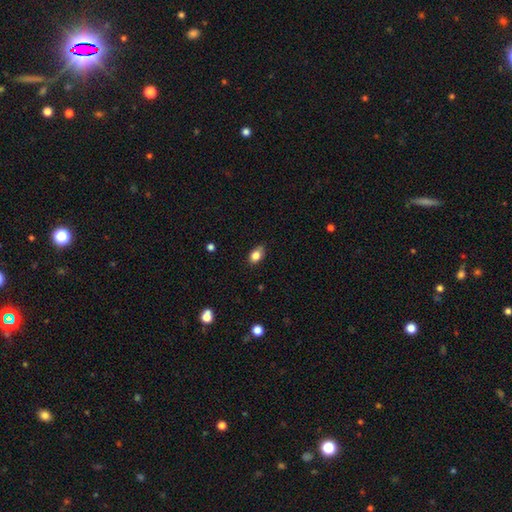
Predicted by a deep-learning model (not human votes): Smooth or featured? Predicted: smooth (p=0.83). How rounded? Predicted: in between (p=0.78). Merging? Predicted: none (p=0.73).